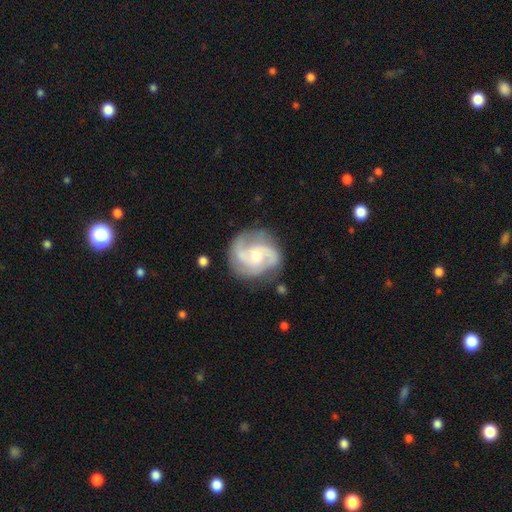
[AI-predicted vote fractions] Smooth or featured? Predicted: featured or disk (p=0.87). Edge-on disk? Predicted: no (p=0.98). Bar? Predicted: no (p=0.57). Spiral arms? Predicted: yes (p=0.97). Spiral winding? Predicted: medium (p=0.54). Spiral arm count? Predicted: 2 (p=0.51). Bulge size? Predicted: moderate (p=0.51). Merging? Predicted: none (p=0.76).